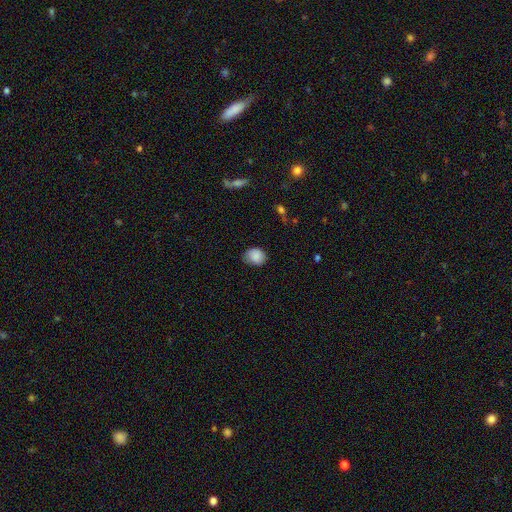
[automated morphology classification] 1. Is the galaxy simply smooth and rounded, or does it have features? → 87% smooth, 8% star or artifact, 5% featured or disk.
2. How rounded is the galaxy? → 56% round, 43% in between, 1% cigar-shaped.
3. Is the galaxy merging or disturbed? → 69% none, 25% minor disturbance, 5% major disturbance, 1% merger.